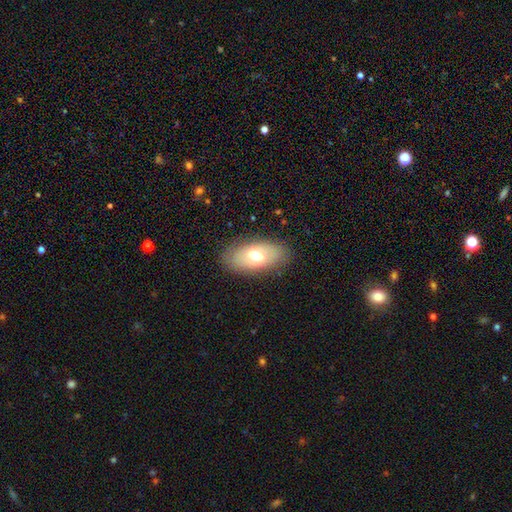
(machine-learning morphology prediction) Smooth or featured: smooth — 66% (featured or disk — 27%)
How rounded: in between — 91% (round — 5%)
Merging: none — 85% (minor disturbance — 11%)